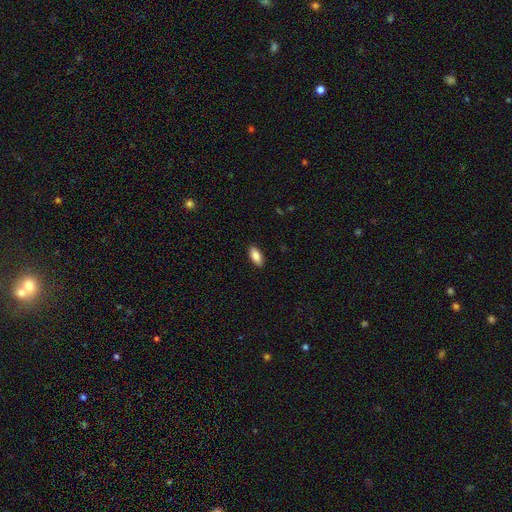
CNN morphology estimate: A smooth galaxy with no disk features (86%) that is in between round and cigar-shaped (87%).

Vote fractions:
- Smooth or featured? smooth: 86% / featured or disk: 7% / star or artifact: 6%
- How rounded? in between: 87% / cigar-shaped: 11% / round: 2%
- Merging? none: 89% / minor disturbance: 8% / major disturbance: 2% / merger: 1%